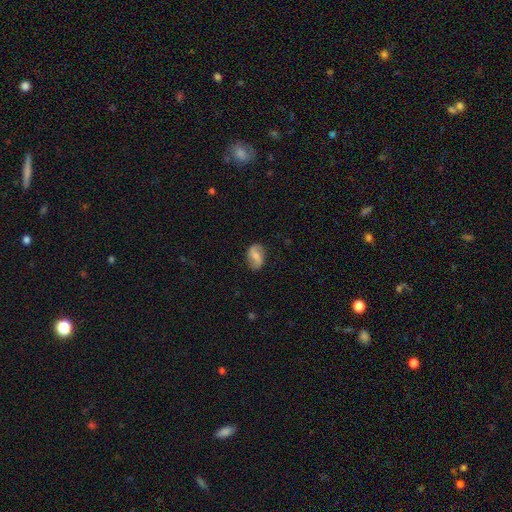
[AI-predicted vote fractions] Smooth or featured? Predicted: featured or disk (p=0.56). Edge-on disk? Predicted: no (p=0.96). Bar? Predicted: weak (p=0.44). Spiral arms? Predicted: yes (p=0.87). Bulge size? Predicted: moderate (p=0.49). Merging? Predicted: none (p=0.80).